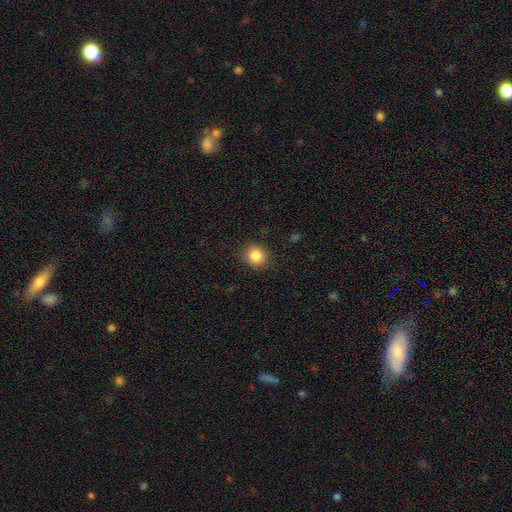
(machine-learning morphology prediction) Smooth or featured?
  - smooth: 85% *
  - star or artifact: 10%
  - featured or disk: 5%
How rounded?
  - round: 82% *
  - in between: 17%
  - cigar-shaped: 1%
Merging?
  - none: 89% *
  - minor disturbance: 7%
  - major disturbance: 2%
  - merger: 1%